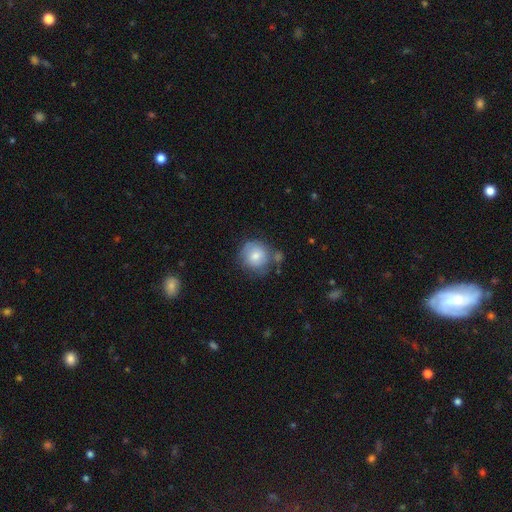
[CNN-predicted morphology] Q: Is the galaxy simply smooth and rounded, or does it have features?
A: smooth — 72%.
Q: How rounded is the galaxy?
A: round — 88%.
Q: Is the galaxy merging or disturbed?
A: none — 58%.